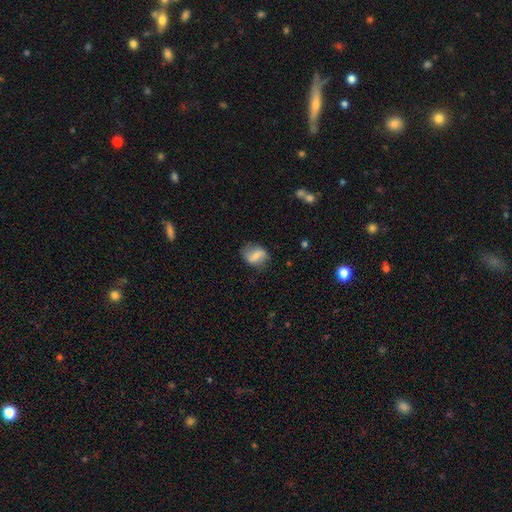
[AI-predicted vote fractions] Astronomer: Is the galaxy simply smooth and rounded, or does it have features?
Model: smooth — 53% (runner-up: featured or disk, 38%).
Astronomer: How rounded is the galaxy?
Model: in between — 58% (runner-up: round, 39%).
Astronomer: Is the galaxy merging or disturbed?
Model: none — 70%.